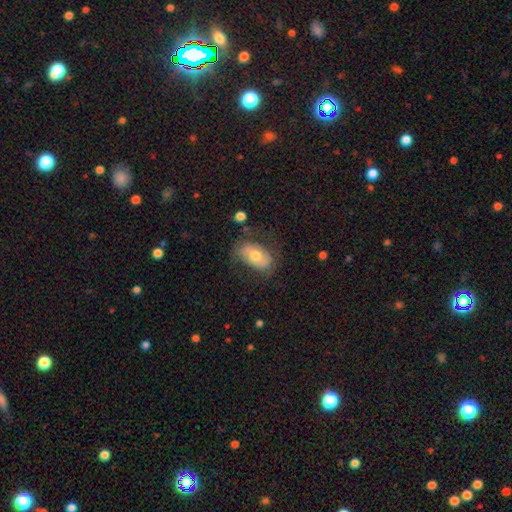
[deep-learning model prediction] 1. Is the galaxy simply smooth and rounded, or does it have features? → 57% smooth, 35% featured or disk, 8% star or artifact.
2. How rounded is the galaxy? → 89% in between, 9% round, 2% cigar-shaped.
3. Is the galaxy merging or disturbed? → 65% none, 22% minor disturbance, 11% major disturbance, 2% merger.